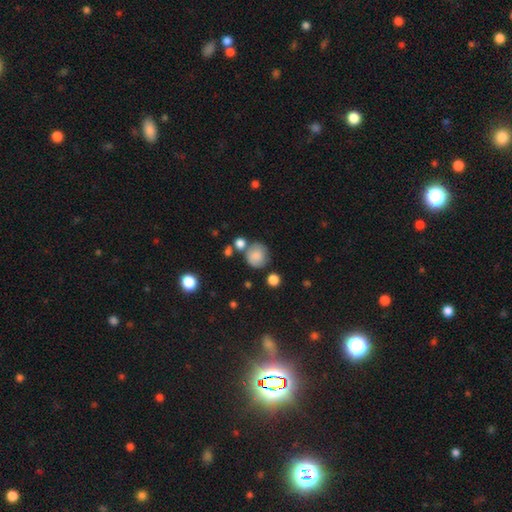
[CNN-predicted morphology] Smooth or featured? Predicted: smooth (p=0.81). How rounded? Predicted: round (p=0.86). Merging? Predicted: none (p=0.64).